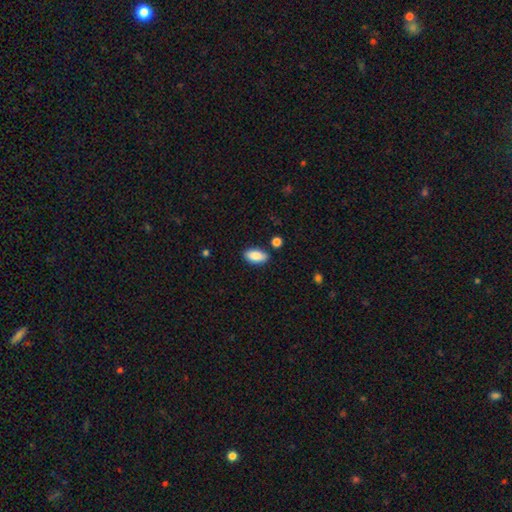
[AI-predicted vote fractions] Smooth or featured? Predicted: smooth (p=0.87). How rounded? Predicted: in between (p=0.90). Merging? Predicted: none (p=0.83).